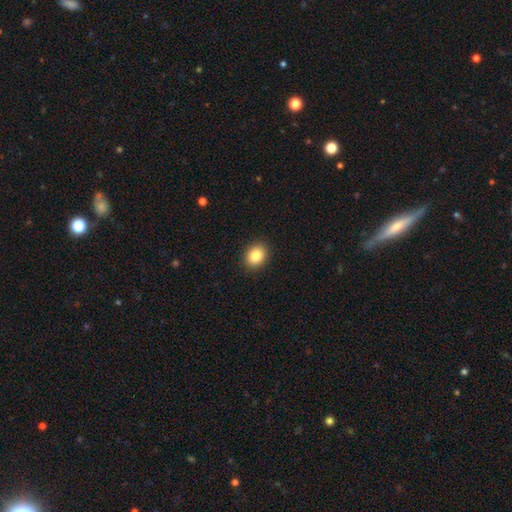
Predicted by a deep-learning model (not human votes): The model was most divided on "how rounded": in between: 55%, round: 44%, cigar-shaped: 1%. More confident: merging — none (90%); smooth or featured — smooth (86%).